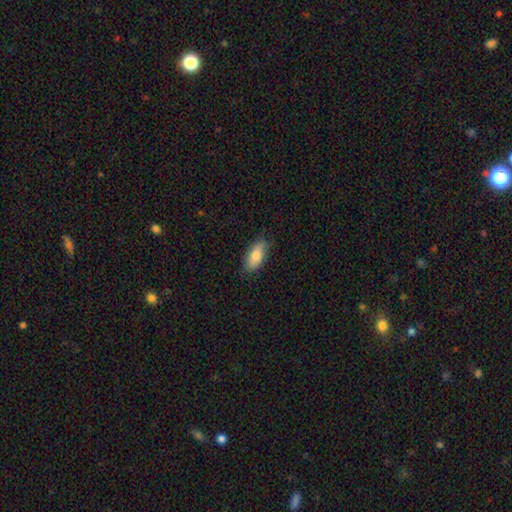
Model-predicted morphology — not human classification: smooth-or-featured: smooth: 81% | featured or disk: 13% | star or artifact: 6%
  how-rounded: in between: 86% | cigar-shaped: 12% | round: 3%
  merging: none: 80% | minor disturbance: 16% | major disturbance: 3% | merger: 1%